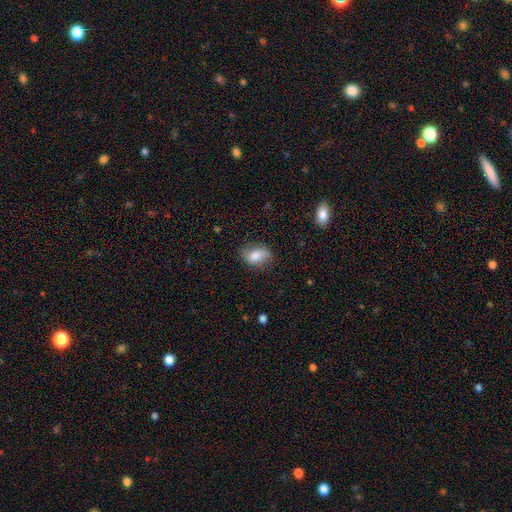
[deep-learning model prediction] A smooth galaxy with no disk features (64%) that is in between round and cigar-shaped (78%). Merging: none (68%).